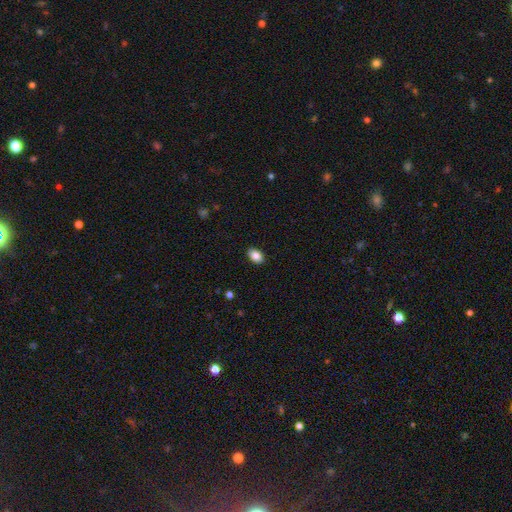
Morphology: type=smooth (87%); roundness=in between (82%); merging=none (83%).